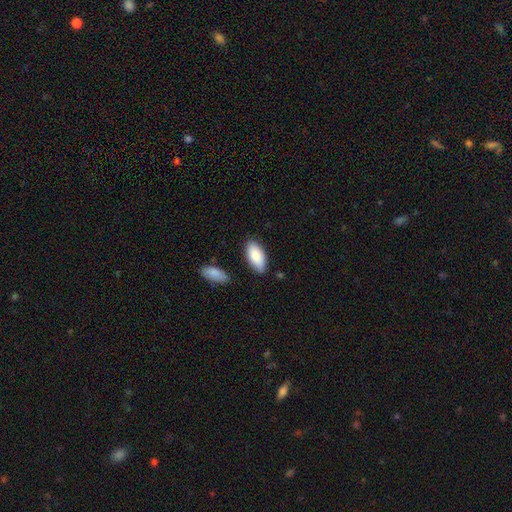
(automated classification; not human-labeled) Smooth or featured: smooth — 86% (featured or disk — 9%)
How rounded: in between — 91% (cigar-shaped — 7%)
Merging: none — 82% (minor disturbance — 12%)